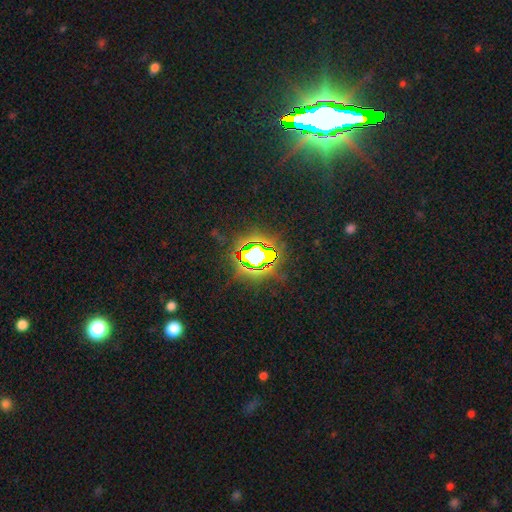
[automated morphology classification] This appears to be a star or artifact, not a galaxy (76%).